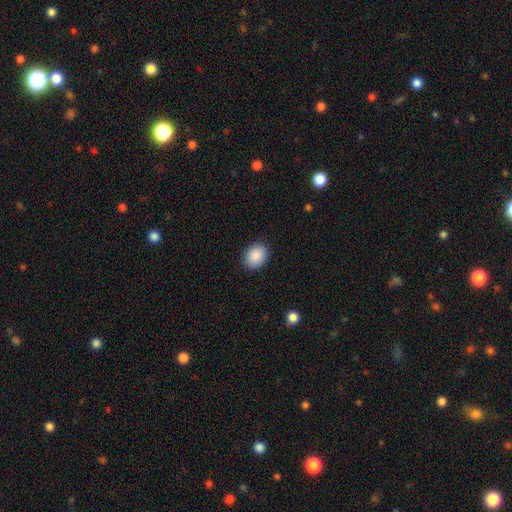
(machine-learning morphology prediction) Smooth or featured? Predicted: smooth (p=0.90). How rounded? Predicted: in between (p=0.61). Merging? Predicted: none (p=0.89).